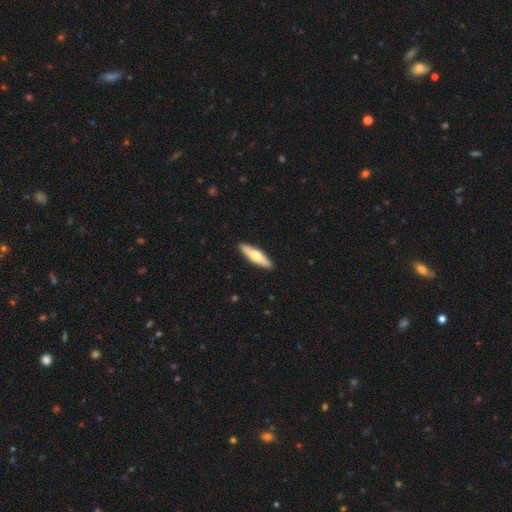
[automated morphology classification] Smooth or featured?
  - smooth: 56% *
  - featured or disk: 40%
  - star or artifact: 5%
How rounded?
  - cigar-shaped: 67% *
  - in between: 31%
  - round: 2%
Merging?
  - none: 91% *
  - minor disturbance: 7%
  - major disturbance: 1%
  - merger: 1%